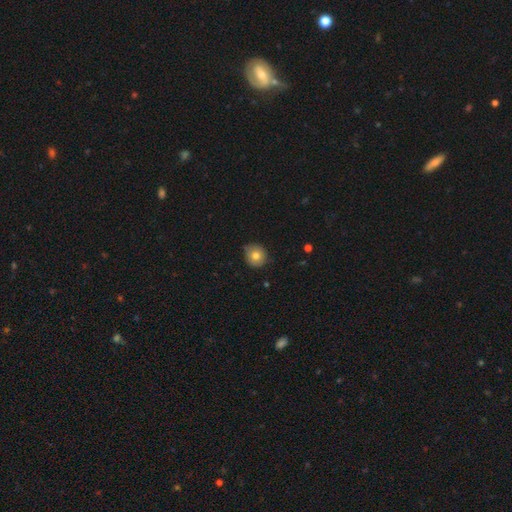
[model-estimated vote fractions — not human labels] A smooth galaxy with no disk features (76%) that is round (87%).

Vote fractions:
- Smooth or featured? smooth: 76% / featured or disk: 14% / star or artifact: 10%
- How rounded? round: 87% / in between: 12% / cigar-shaped: 1%
- Merging? none: 78% / minor disturbance: 18% / major disturbance: 2% / merger: 1%